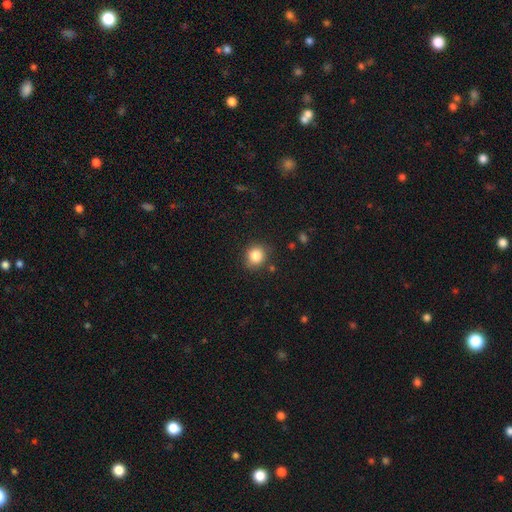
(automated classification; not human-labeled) smooth-or-featured: smooth: 85% | star or artifact: 10% | featured or disk: 5%
  how-rounded: round: 79% | in between: 20% | cigar-shaped: 1%
  merging: none: 83% | minor disturbance: 12% | major disturbance: 3% | merger: 2%